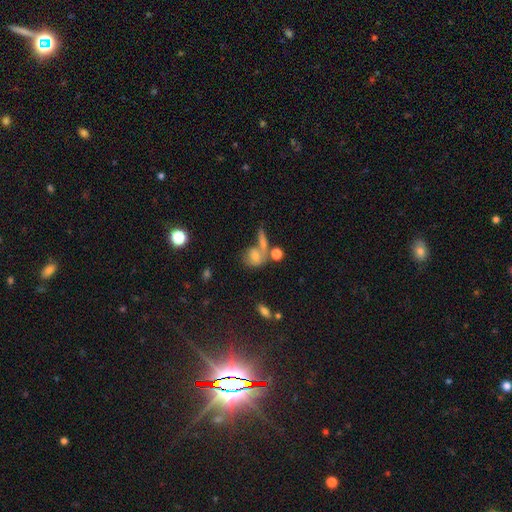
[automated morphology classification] Q: Smooth or featured?
A: smooth (62%); runner-up: featured or disk (25%)
Q: How rounded?
A: in between (50%); runner-up: round (44%)
Q: Merging?
A: merger (38%); runner-up: none (35%)